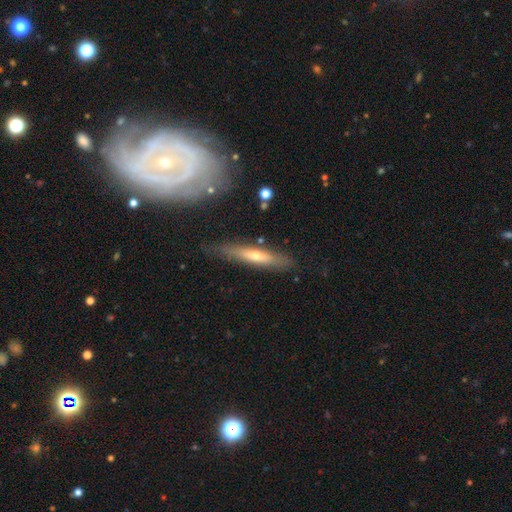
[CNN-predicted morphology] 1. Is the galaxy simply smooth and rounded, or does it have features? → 48% featured or disk, 45% smooth, 7% star or artifact.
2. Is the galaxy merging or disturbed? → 79% none, 15% minor disturbance, 3% major disturbance, 3% merger.